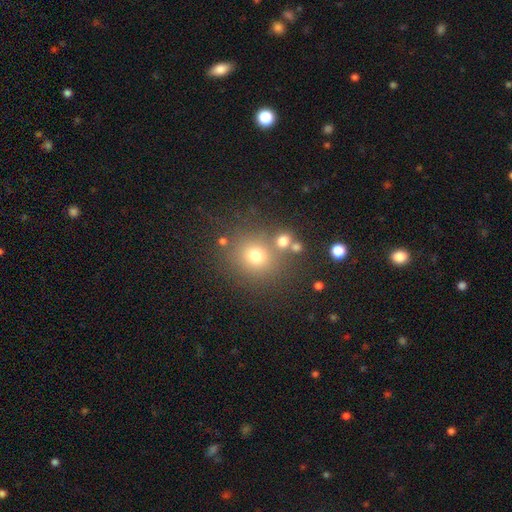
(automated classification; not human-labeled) Overall: smooth (71%). How rounded: round (87%). Merging: none (74%).